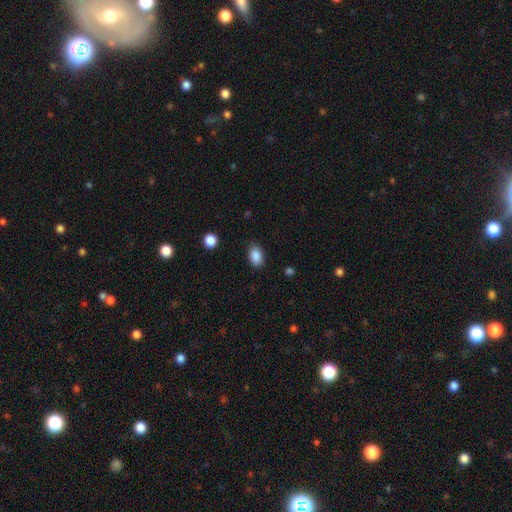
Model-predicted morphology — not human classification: Smooth or featured? smooth (88%)
How rounded? in between (83%)
Merging? none (84%)